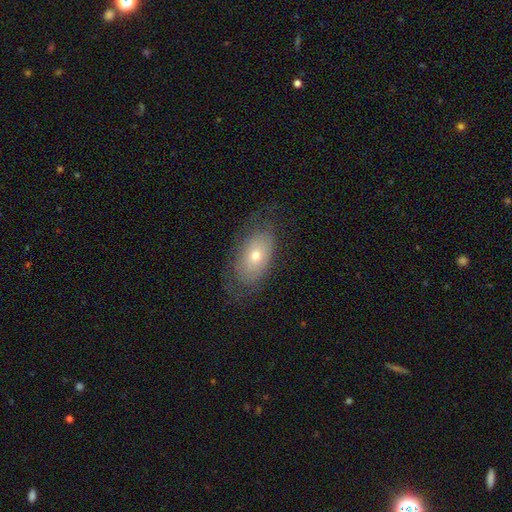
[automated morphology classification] Overall: smooth (55%; featured or disk 36%). How rounded: in between (89%). Merging: none (68%).